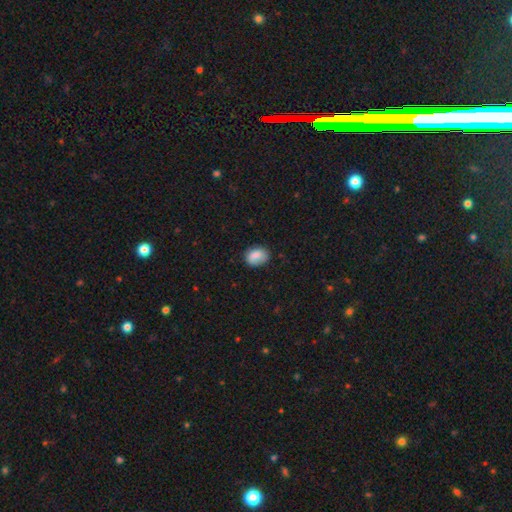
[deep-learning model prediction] A smooth galaxy with no disk features (83%) that is in between round and cigar-shaped (66%). Merging: none (74%).